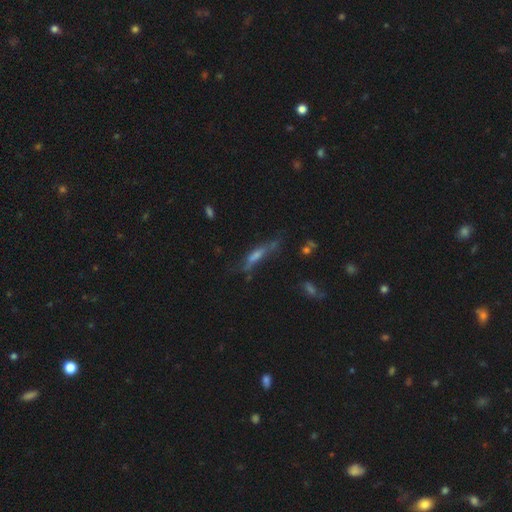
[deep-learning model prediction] smooth_or_featured: featured or disk (p=0.45) [alt: smooth p=0.38]
merging: none (p=0.52) [alt: minor disturbance p=0.24]